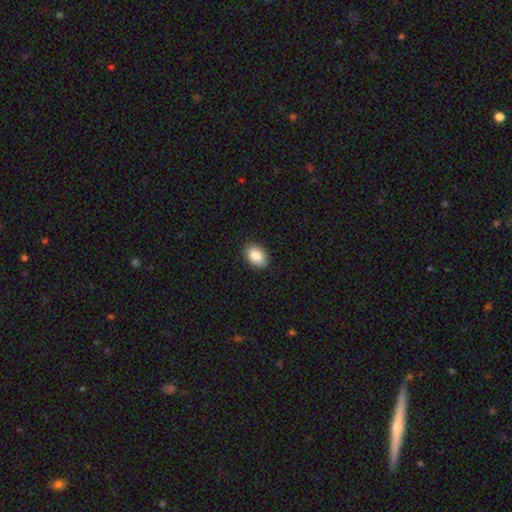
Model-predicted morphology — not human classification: type=smooth (87%); roundness=in between (87%); merging=none (89%).